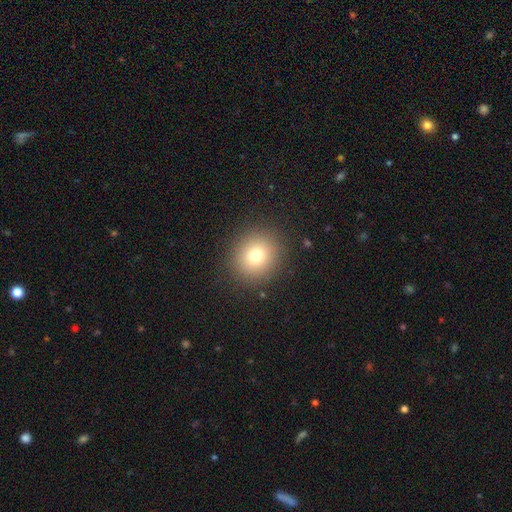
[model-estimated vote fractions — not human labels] This is likely a smooth galaxy (76%). How rounded: clearly round (85%). Merging: clearly none (89%).